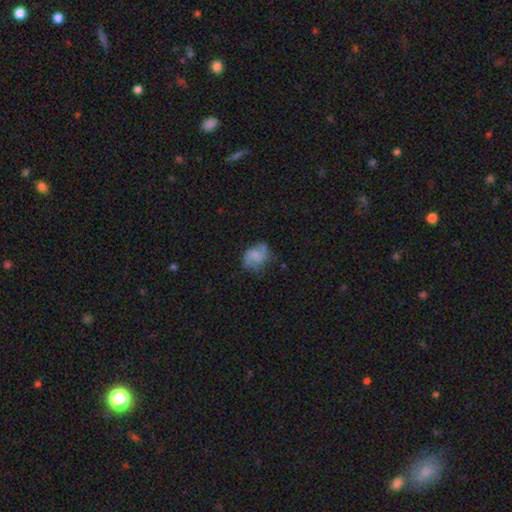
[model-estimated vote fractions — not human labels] Smooth or featured: smooth — 46% (featured or disk — 44%)
Merging: none — 51% (minor disturbance — 28%)